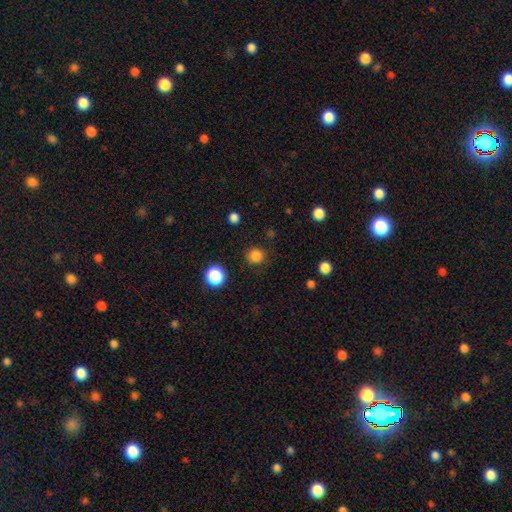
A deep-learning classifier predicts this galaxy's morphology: smooth_or_featured: smooth (p=0.83) [alt: star or artifact p=0.14]
how_rounded: round (p=0.93) [alt: in between p=0.06]
merging: none (p=0.88) [alt: minor disturbance p=0.07]